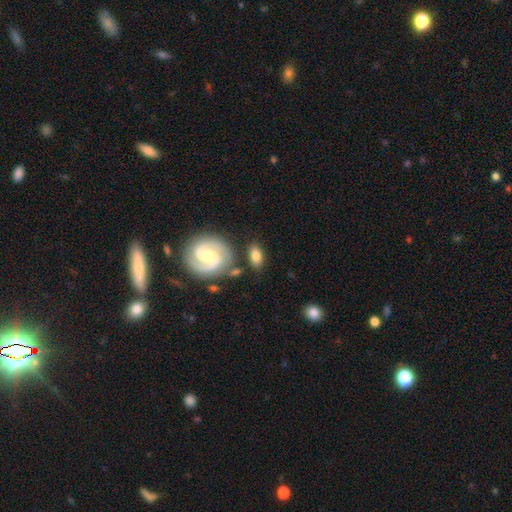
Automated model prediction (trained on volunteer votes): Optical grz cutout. It shows a smooth galaxy with no disk features (59%) that is in between round and cigar-shaped (86%). Merging: none (74%).